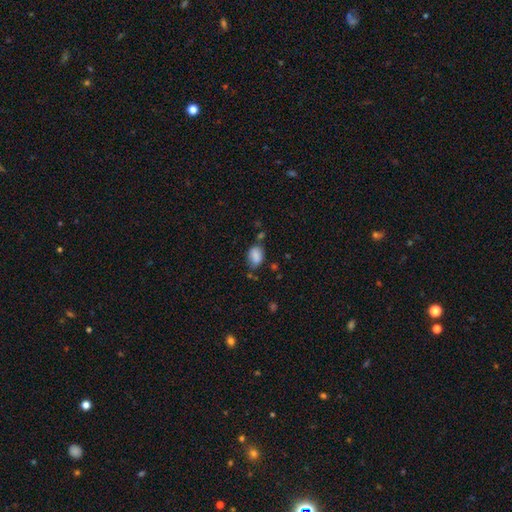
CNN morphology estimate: The model was most divided on "merging": none: 61%, minor disturbance: 25%, merger: 7%, major disturbance: 6%. More confident: smooth or featured — smooth (85%); how rounded — in between (80%).